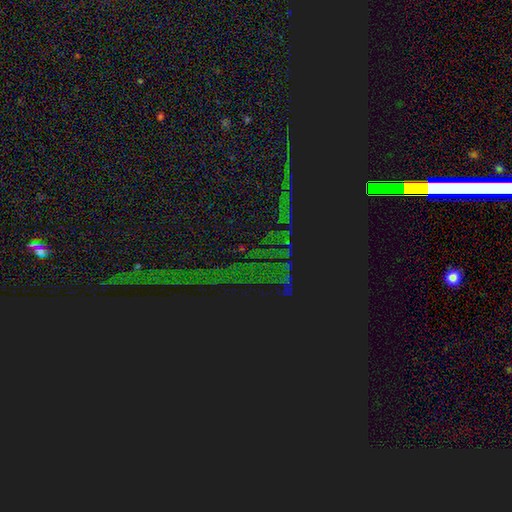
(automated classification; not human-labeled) smooth-or-featured: star or artifact: 87% | featured or disk: 7% | smooth: 6%